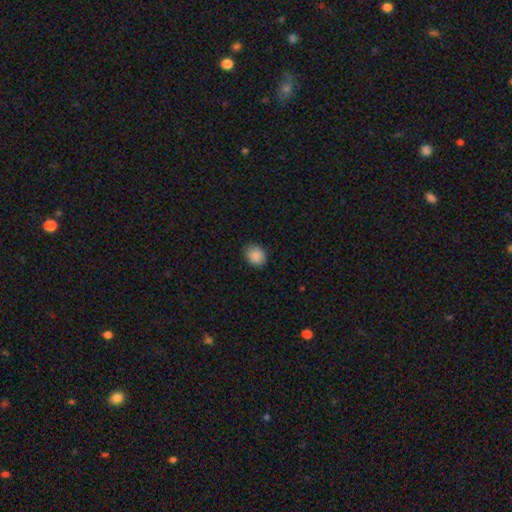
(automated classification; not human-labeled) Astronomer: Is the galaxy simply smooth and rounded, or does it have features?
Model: smooth — 89%.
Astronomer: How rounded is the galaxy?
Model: round — 51% (runner-up: in between, 48%).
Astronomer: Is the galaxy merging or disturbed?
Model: none — 83%.